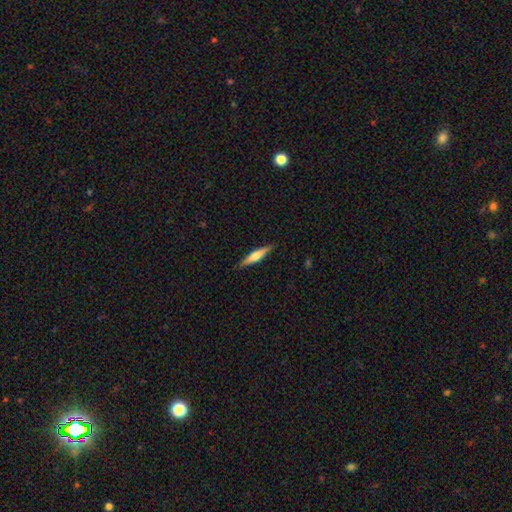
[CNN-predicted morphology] This is possibly a featured or disk galaxy (53%). It is clearly viewed edge-on (96%). Edge-on bulge: clearly rounded (84%). Merging: clearly none (89%).